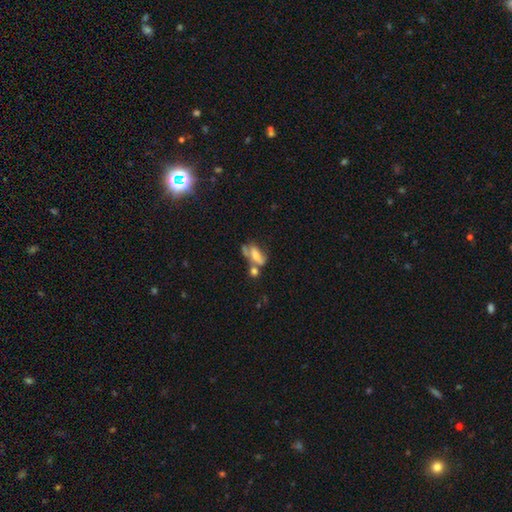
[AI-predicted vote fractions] Smooth or featured? Predicted: smooth (p=0.46). Merging? Predicted: merger (p=0.39).